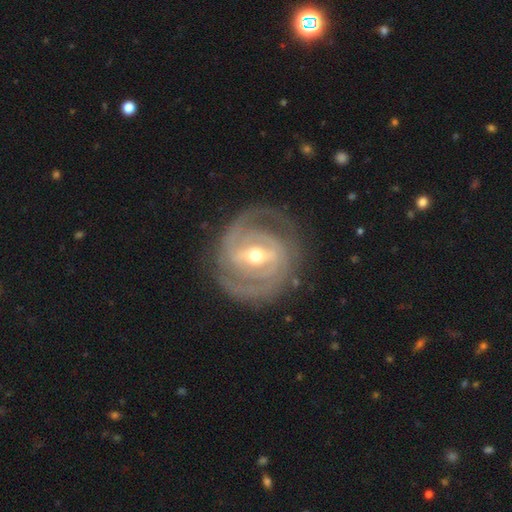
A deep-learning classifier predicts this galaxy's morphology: Smooth or featured? featured or disk (88%)
Edge-on disk? no (96%)
Bar? strong (48%)
Spiral arms? yes (92%)
Spiral winding? tight (66%)
Spiral arm count? 2 (57%)
Bulge size? moderate (59%)
Merging? none (78%)